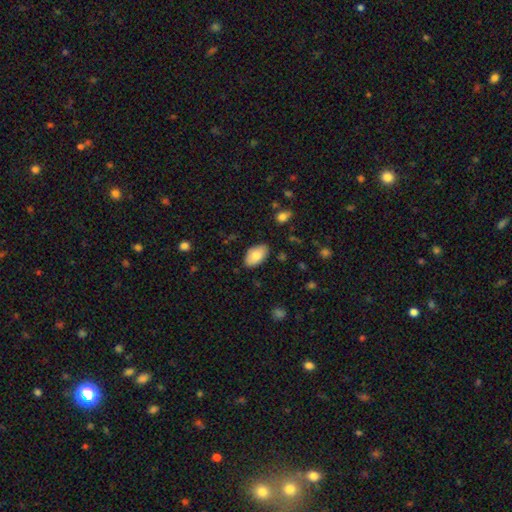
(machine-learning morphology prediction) Smooth or featured? Predicted: smooth (p=0.81). How rounded? Predicted: in between (p=0.94). Merging? Predicted: none (p=0.83).